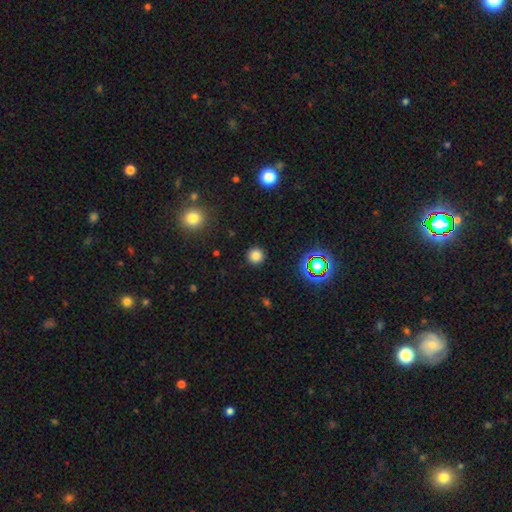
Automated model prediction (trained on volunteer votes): This is likely a smooth galaxy (79%). How rounded: clearly round (95%). Merging: clearly none (91%).